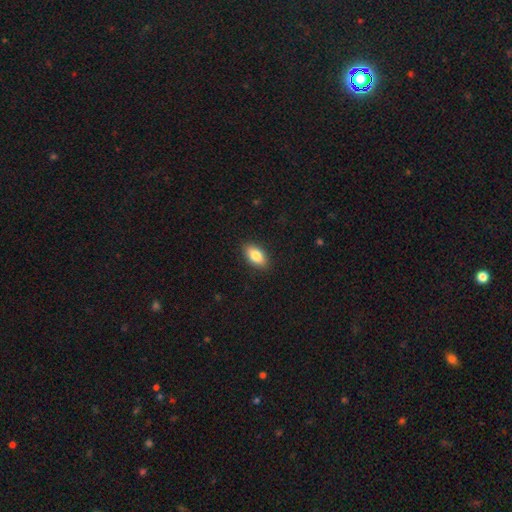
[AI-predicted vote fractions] A smooth galaxy with no disk features (84%) that is in between round and cigar-shaped (91%).

Vote fractions:
- Smooth or featured? smooth: 84% / featured or disk: 9% / star or artifact: 7%
- How rounded? in between: 91% / round: 5% / cigar-shaped: 4%
- Merging? none: 89% / minor disturbance: 8% / major disturbance: 2% / merger: 1%